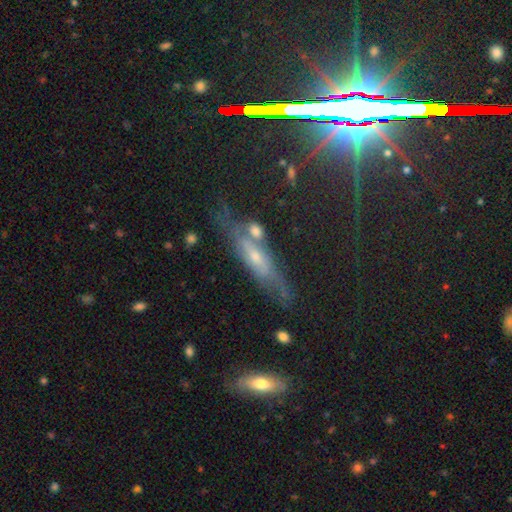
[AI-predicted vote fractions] This appears to be a featured or disk galaxy (51%) viewed edge-on (59%). Merging: none (62%).